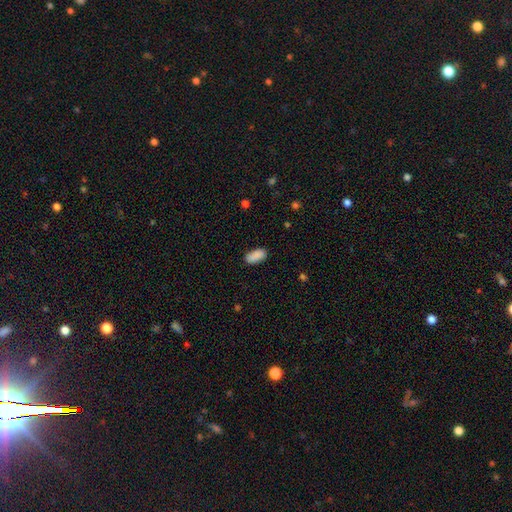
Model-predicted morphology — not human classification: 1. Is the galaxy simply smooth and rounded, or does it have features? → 89% smooth, 7% star or artifact, 4% featured or disk.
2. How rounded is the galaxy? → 91% in between, 7% cigar-shaped, 2% round.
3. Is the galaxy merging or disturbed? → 84% none, 12% minor disturbance, 3% major disturbance, 2% merger.